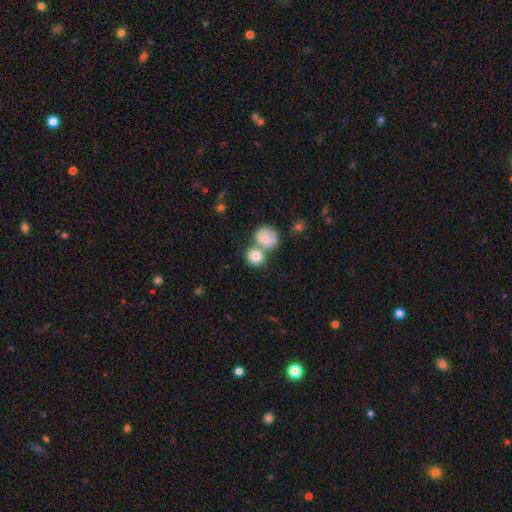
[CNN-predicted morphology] Smooth or featured: smooth — 79% (featured or disk — 13%)
How rounded: round — 81% (in between — 18%)
Merging: merger — 47% (none — 41%)